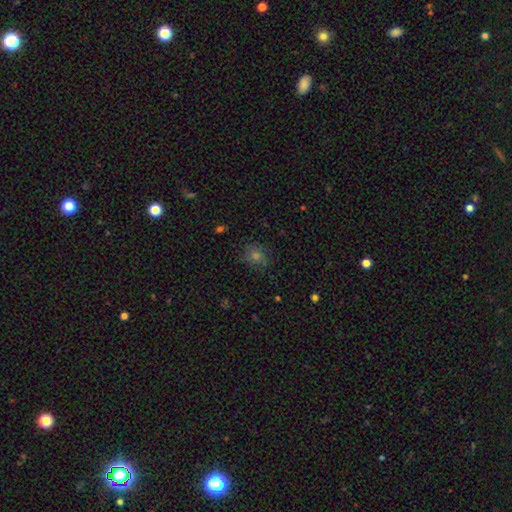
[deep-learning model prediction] Morphology: type=smooth (59%); roundness=round (76%); merging=none (82%).